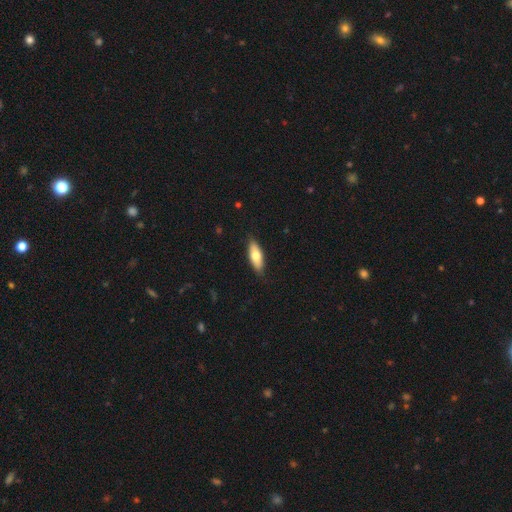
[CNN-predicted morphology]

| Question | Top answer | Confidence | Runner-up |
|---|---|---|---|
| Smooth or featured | smooth | 70% | featured or disk (24%) |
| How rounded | in between | 68% | cigar-shaped (30%) |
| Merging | none | 87% | minor disturbance (10%) |